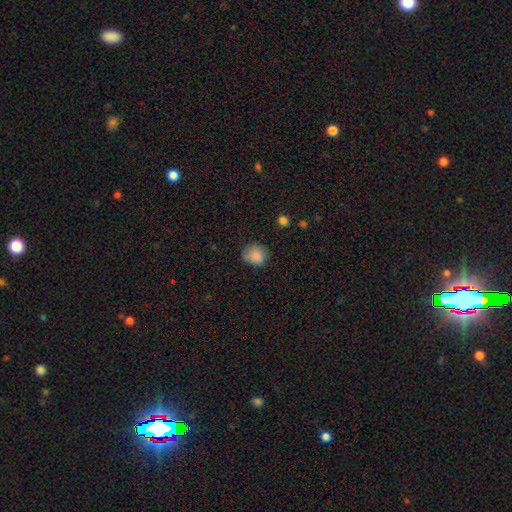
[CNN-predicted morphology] A smooth galaxy with no disk features (85%) that is round (78%).

Vote fractions:
- Smooth or featured? smooth: 85% / star or artifact: 9% / featured or disk: 6%
- How rounded? round: 78% / in between: 21% / cigar-shaped: 1%
- Merging? none: 72% / minor disturbance: 22% / major disturbance: 4% / merger: 2%